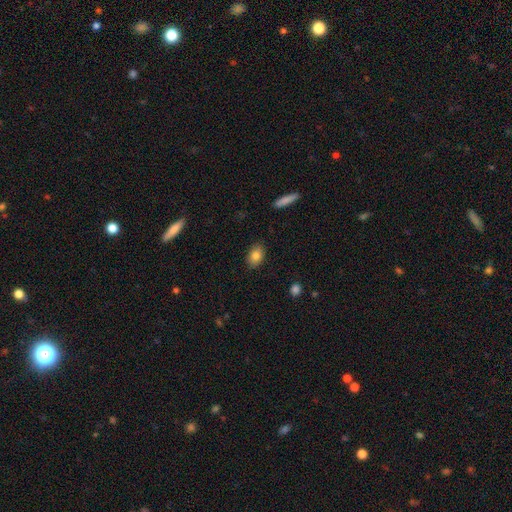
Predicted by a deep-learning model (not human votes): Smooth or featured? smooth (82%)
How rounded? in between (84%)
Merging? none (87%)